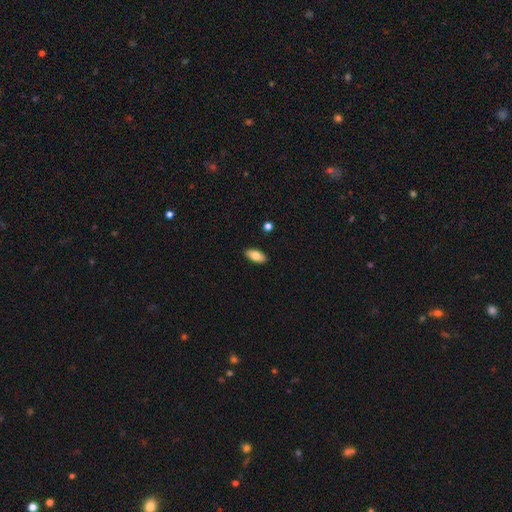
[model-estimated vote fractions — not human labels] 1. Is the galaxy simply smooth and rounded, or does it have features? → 84% smooth, 9% featured or disk, 7% star or artifact.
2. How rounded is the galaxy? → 91% in between, 7% cigar-shaped, 2% round.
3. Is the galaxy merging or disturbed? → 89% none, 8% minor disturbance, 2% major disturbance, 1% merger.